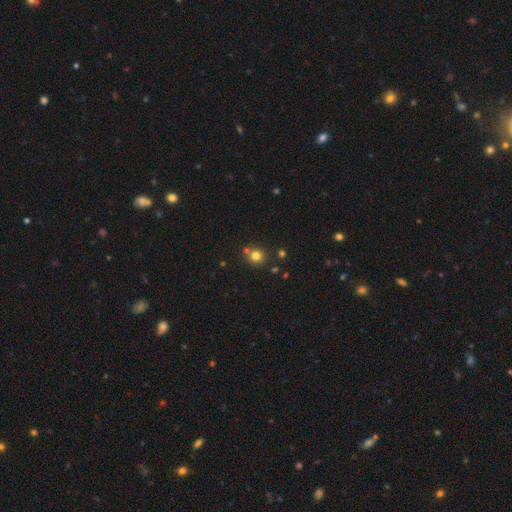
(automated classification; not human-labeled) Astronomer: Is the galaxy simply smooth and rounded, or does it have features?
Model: smooth — 77%.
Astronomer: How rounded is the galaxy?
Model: round — 89%.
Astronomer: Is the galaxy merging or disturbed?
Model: none — 74%.